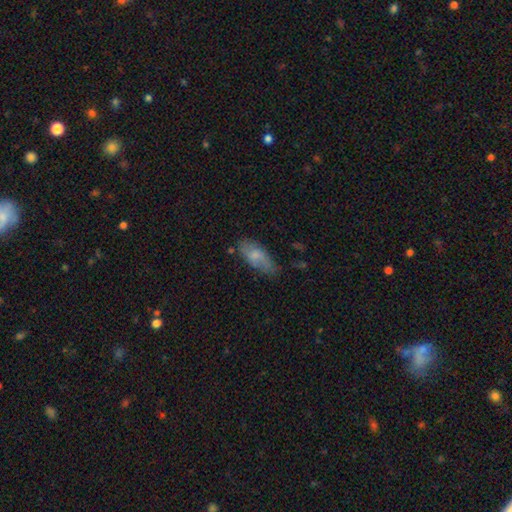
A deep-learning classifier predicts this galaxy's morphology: Overall: smooth (70%). How rounded: in between (79%). Merging: none (66%).